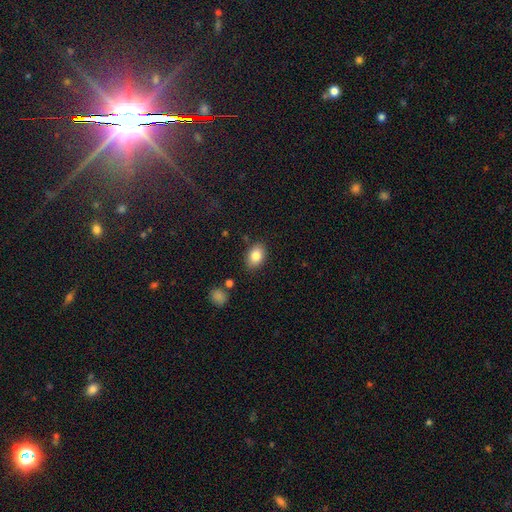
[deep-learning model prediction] Smooth or featured: smooth — 84% (featured or disk — 8%)
How rounded: in between — 84% (round — 15%)
Merging: none — 83% (minor disturbance — 11%)